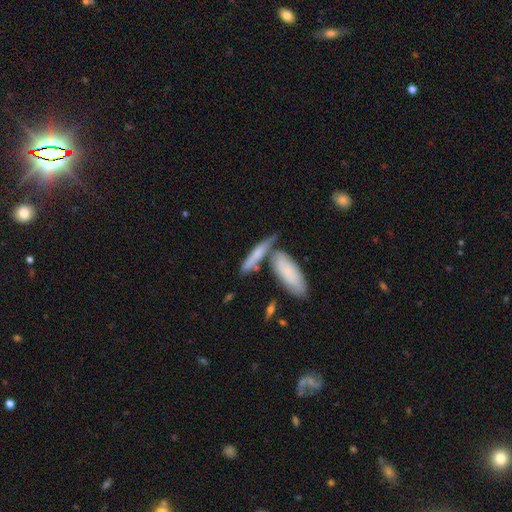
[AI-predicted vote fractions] A smooth galaxy with no disk features (62%) that is cigar-shaped (74%).

Vote fractions:
- Smooth or featured? smooth: 62% / featured or disk: 32% / star or artifact: 7%
- How rounded? cigar-shaped: 74% / in between: 23% / round: 3%
- Merging? none: 54% / merger: 28% / minor disturbance: 14% / major disturbance: 4%